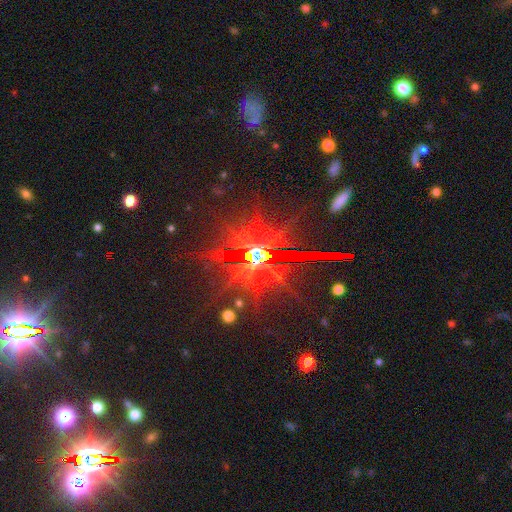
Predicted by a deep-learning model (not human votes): This appears to be a star or artifact, not a galaxy (74%).